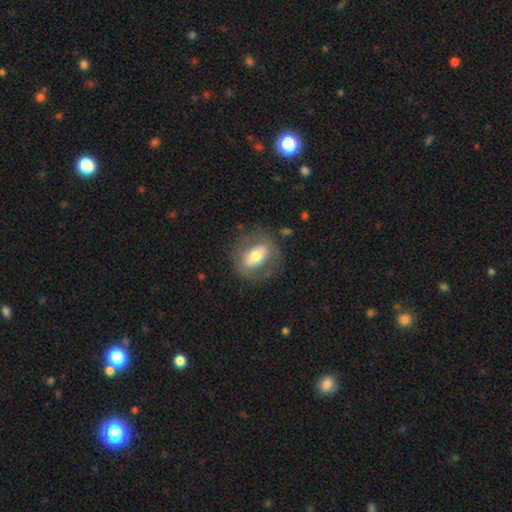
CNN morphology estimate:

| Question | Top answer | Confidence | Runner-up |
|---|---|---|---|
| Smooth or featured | featured or disk | 49% | smooth (44%) |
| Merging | none | 73% | minor disturbance (16%) |